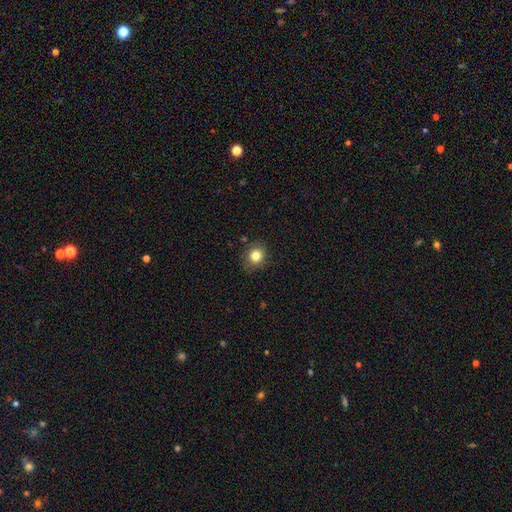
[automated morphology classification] A smooth galaxy with no disk features (82%) that is round (78%).

Vote fractions:
- Smooth or featured? smooth: 82% / star or artifact: 11% / featured or disk: 7%
- How rounded? round: 78% / in between: 21% / cigar-shaped: 1%
- Merging? none: 84% / minor disturbance: 12% / major disturbance: 3% / merger: 1%